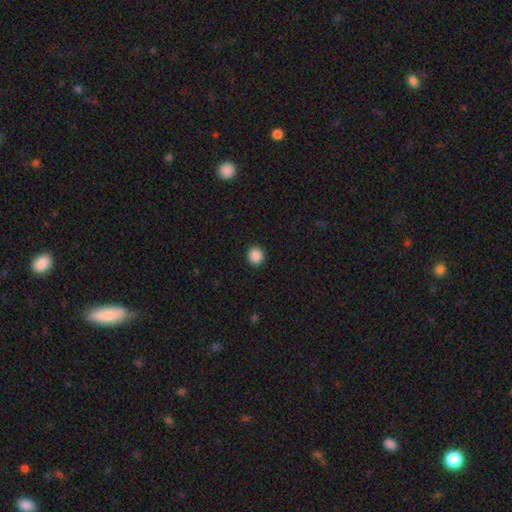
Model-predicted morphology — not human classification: smooth 88%, star or artifact 9%, featured or disk 2%. Down the decision tree: how rounded — round (90%); merging — none (92%).